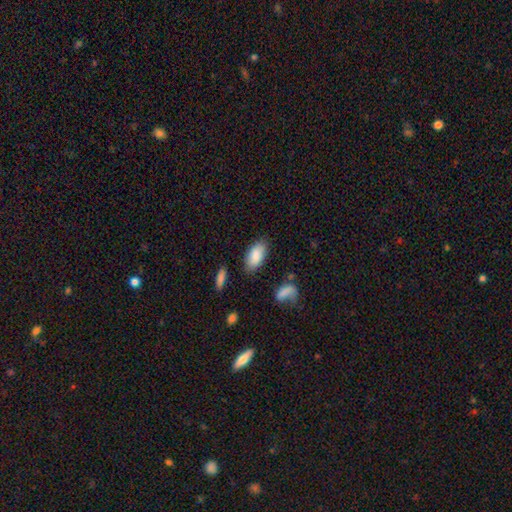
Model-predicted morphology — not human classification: Overall: smooth (86%). How rounded: in between (93%). Merging: none (81%).